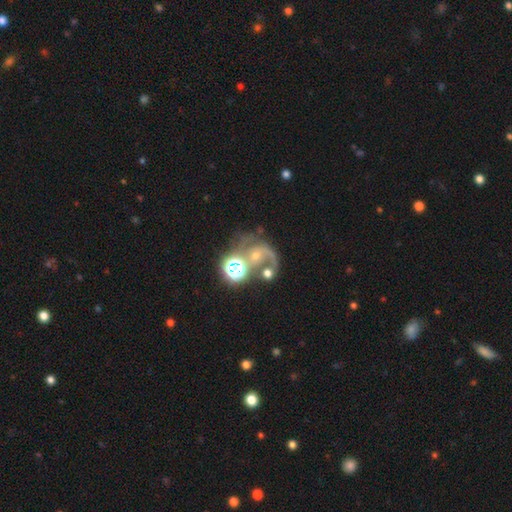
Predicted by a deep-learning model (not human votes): The model was most divided on "spiral winding": loose: 43%, medium: 42%, tight: 15%. Remaining: edge-on disk — no (98%); spiral arms — yes (88%); smooth or featured — featured or disk (68%); bar — no (64%); spiral arm count — 2 (56%); bulge size — small (47%); merging — none (35%).